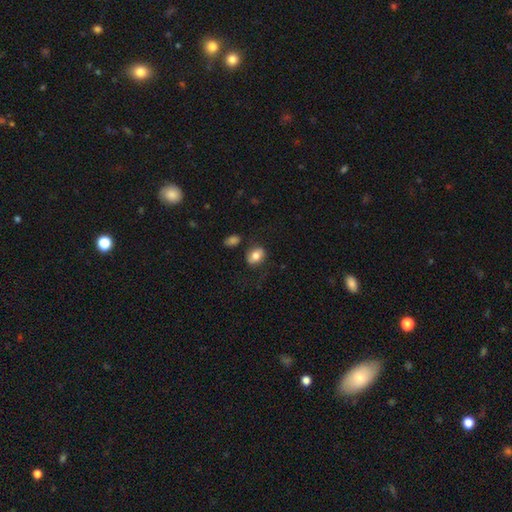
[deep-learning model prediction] smooth 76%, featured or disk 16%, star or artifact 8%. Down the decision tree: how rounded — in between (67%); merging — none (72%).